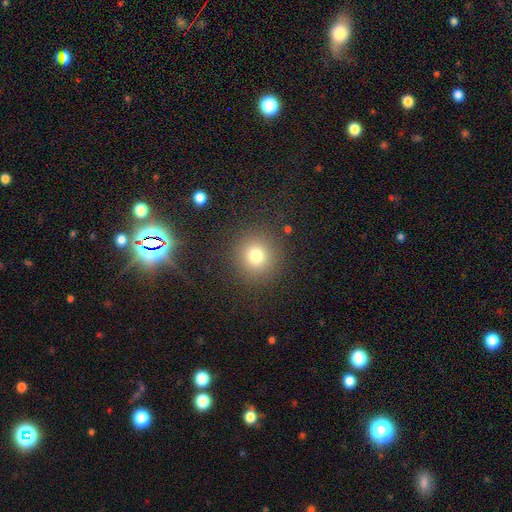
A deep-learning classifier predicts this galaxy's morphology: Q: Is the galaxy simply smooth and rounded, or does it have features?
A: smooth — 76%.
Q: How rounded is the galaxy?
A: round — 93%.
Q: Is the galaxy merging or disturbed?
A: none — 88%.